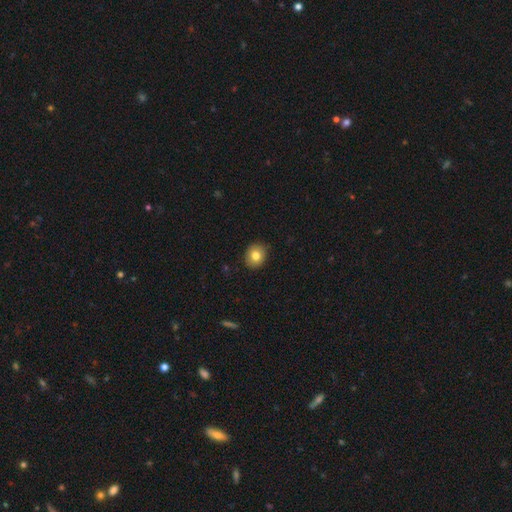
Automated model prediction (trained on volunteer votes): Smooth or featured: smooth — 80% (featured or disk — 11%)
How rounded: round — 68% (in between — 31%)
Merging: none — 89% (minor disturbance — 9%)